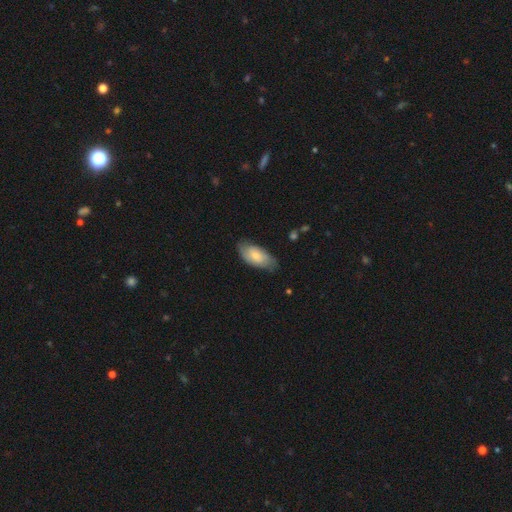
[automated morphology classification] Smooth or featured?
  - smooth: 61% *
  - featured or disk: 33%
  - star or artifact: 6%
How rounded?
  - in between: 92% *
  - cigar-shaped: 6%
  - round: 3%
Merging?
  - none: 72% *
  - minor disturbance: 22%
  - major disturbance: 5%
  - merger: 1%